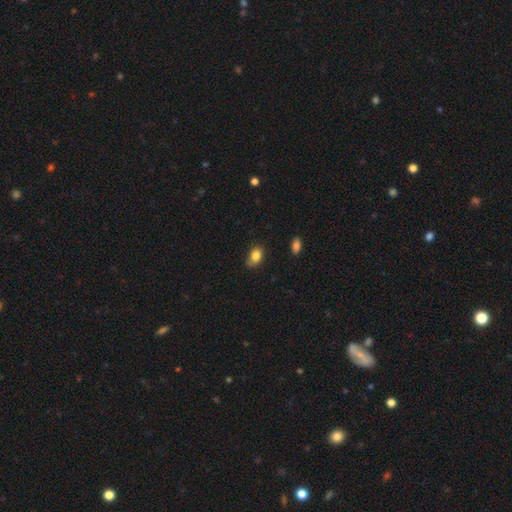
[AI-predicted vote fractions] A smooth galaxy with no disk features (84%) that is in between round and cigar-shaped (80%). Merging: none (61%).